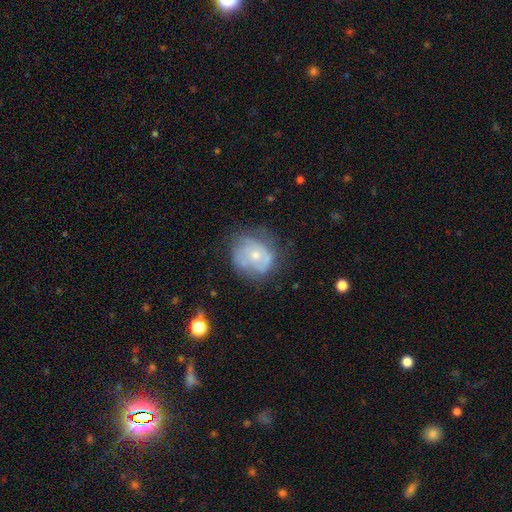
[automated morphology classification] This is possibly a featured or disk galaxy (53%). It is clearly not viewed edge-on (97%). Bar: clearly no (86%). Spiral arm pattern: possibly no (51%). Central bulge: possibly small (54%). Merging: possibly none (55%).